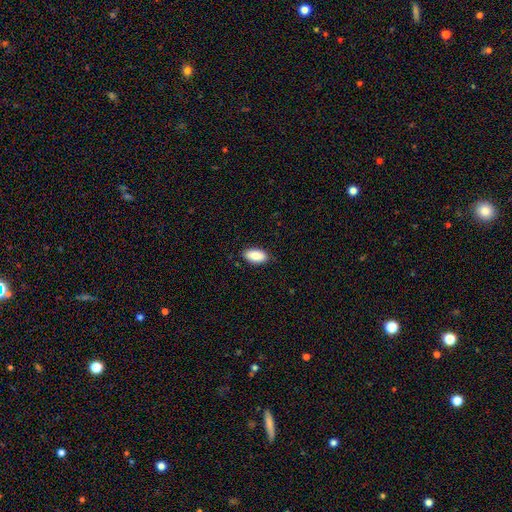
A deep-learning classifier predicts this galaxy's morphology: smooth_or_featured: smooth (p=0.88) [alt: star or artifact p=0.06]
how_rounded: in between (p=0.94) [alt: cigar-shaped p=0.04]
merging: none (p=0.87) [alt: minor disturbance p=0.10]